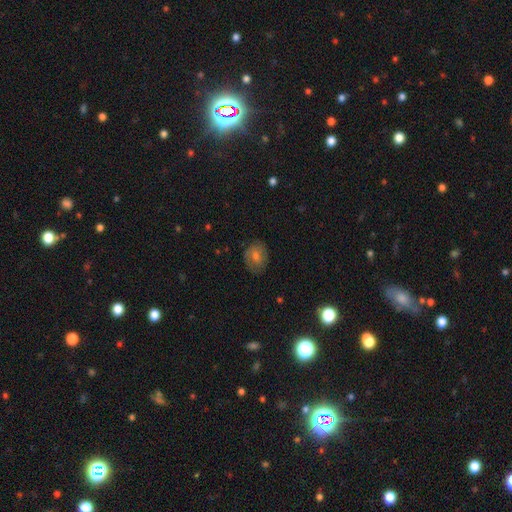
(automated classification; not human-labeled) Smooth or featured?
  - smooth: 49% *
  - featured or disk: 35%
  - star or artifact: 16%
Merging?
  - none: 79% *
  - minor disturbance: 15%
  - major disturbance: 5%
  - merger: 1%